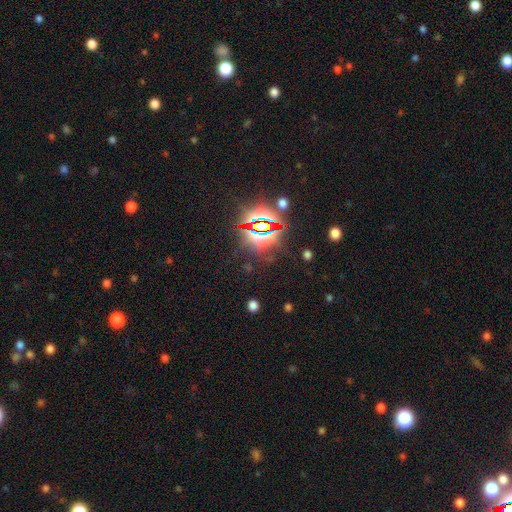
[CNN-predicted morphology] A star or artifact, not a galaxy (84%).

Vote fractions:
- Smooth or featured? star or artifact: 84% / smooth: 9% / featured or disk: 7%